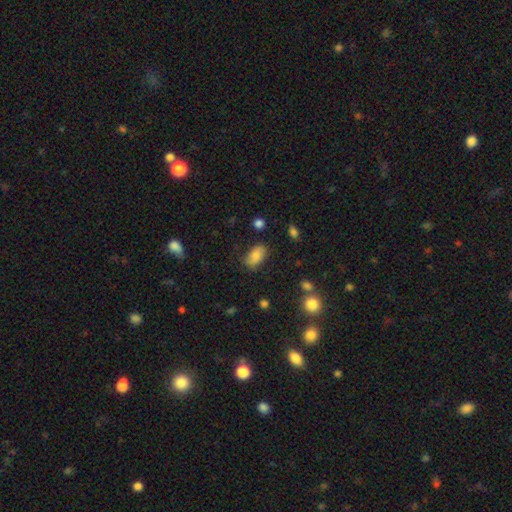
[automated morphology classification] A smooth galaxy with no disk features (82%) that is in between round and cigar-shaped (92%). Merging: none (72%).